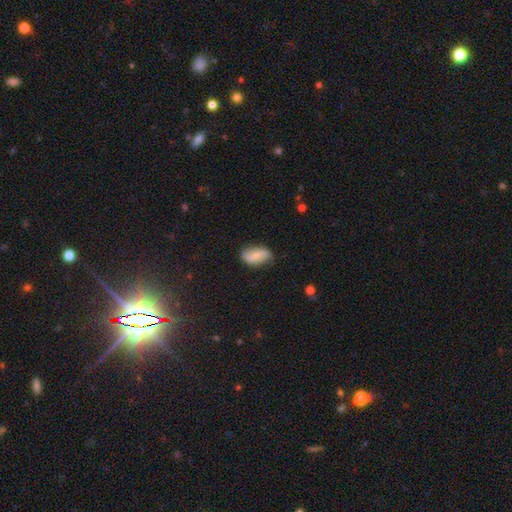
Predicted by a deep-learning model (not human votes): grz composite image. It shows a smooth galaxy with no disk features (58%) that is in between round and cigar-shaped (91%). Merging: none (75%).